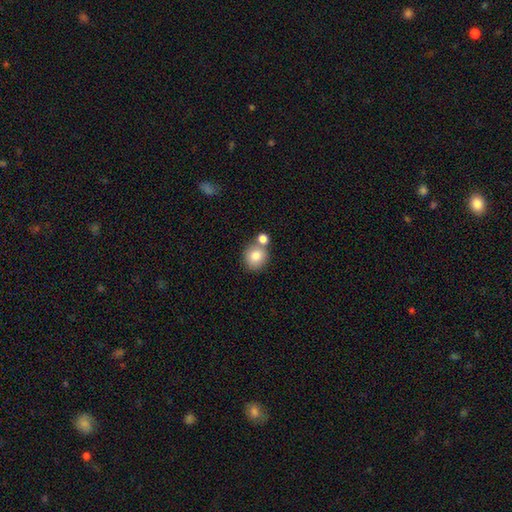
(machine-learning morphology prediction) smooth-or-featured: smooth: 82% | featured or disk: 9% | star or artifact: 9%
  how-rounded: round: 82% | in between: 17% | cigar-shaped: 1%
  merging: none: 55% | merger: 32% | minor disturbance: 10% | major disturbance: 3%